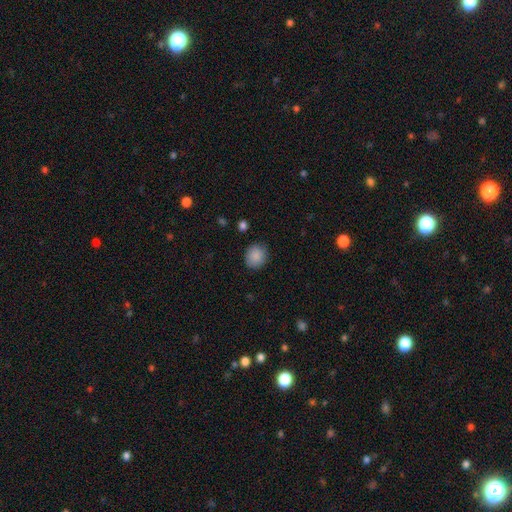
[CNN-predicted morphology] This is clearly a smooth galaxy (88%). How rounded: likely round (77%). Merging: clearly none (85%).